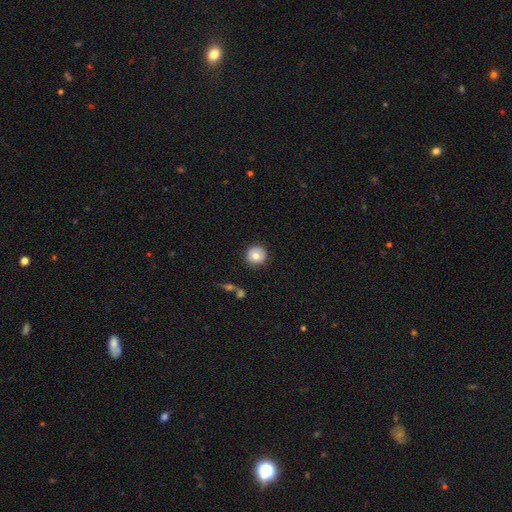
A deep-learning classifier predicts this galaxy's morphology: smooth-or-featured: smooth: 76% | featured or disk: 16% | star or artifact: 8%
  how-rounded: round: 93% | in between: 6% | cigar-shaped: 1%
  merging: none: 87% | minor disturbance: 9% | major disturbance: 2% | merger: 2%